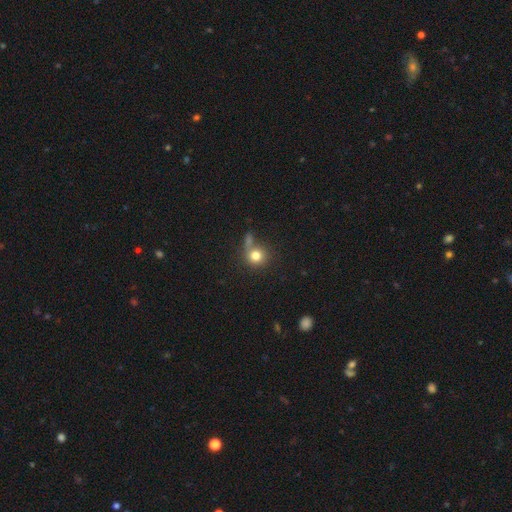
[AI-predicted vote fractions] smooth_or_featured: smooth (p=0.80) [alt: star or artifact p=0.11]
how_rounded: round (p=0.89) [alt: in between p=0.10]
merging: none (p=0.57) [alt: merger p=0.20]